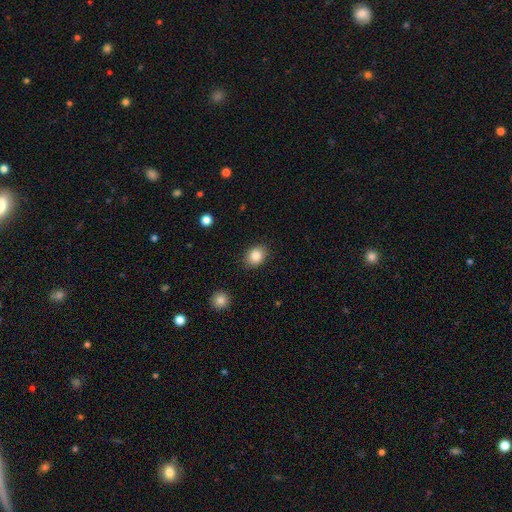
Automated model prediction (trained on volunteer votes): Morphology: type=smooth (86%); roundness=round (50%); merging=none (87%).